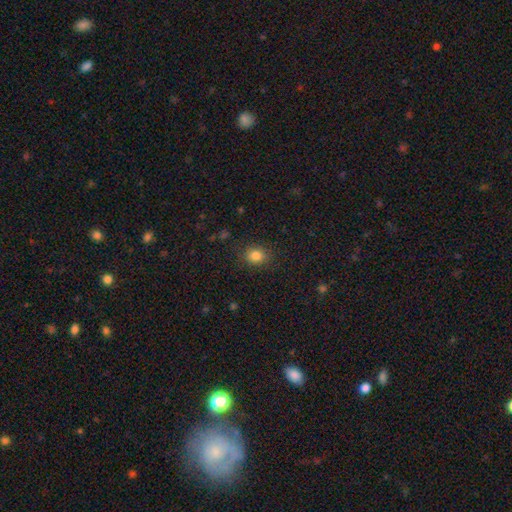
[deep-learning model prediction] smooth_or_featured: smooth (p=0.83) [alt: star or artifact p=0.12]
how_rounded: round (p=0.59) [alt: in between p=0.40]
merging: none (p=0.85) [alt: minor disturbance p=0.10]